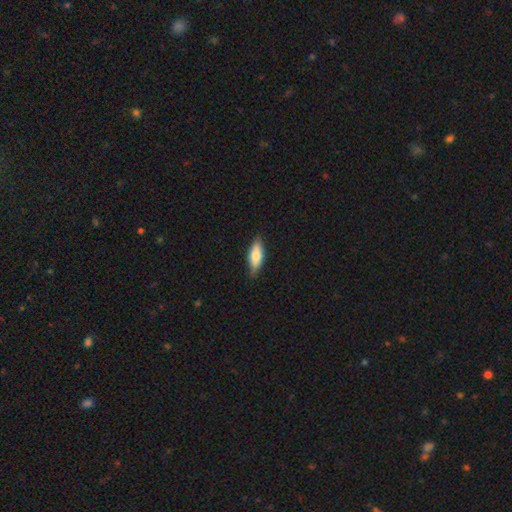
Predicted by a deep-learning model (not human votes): Morphology: type=smooth (70%); roundness=in between (64%); merging=none (82%).